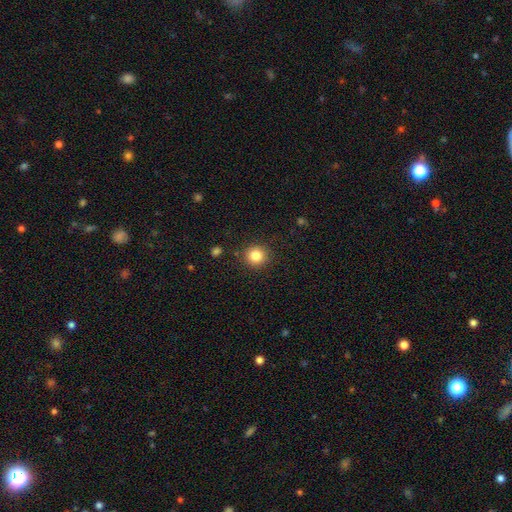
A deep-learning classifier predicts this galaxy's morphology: The model was most divided on "smooth or featured": smooth: 84%, star or artifact: 11%, featured or disk: 5%. More confident: how rounded — round (93%); merging — none (90%).